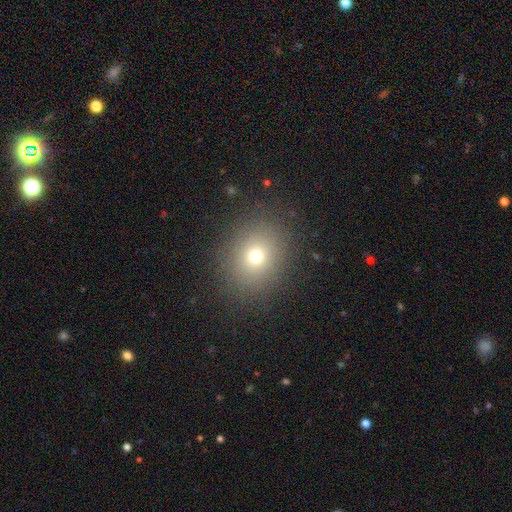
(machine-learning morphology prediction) Overall: smooth (68%). How rounded: round (66%; in between 33%). Merging: none (90%).